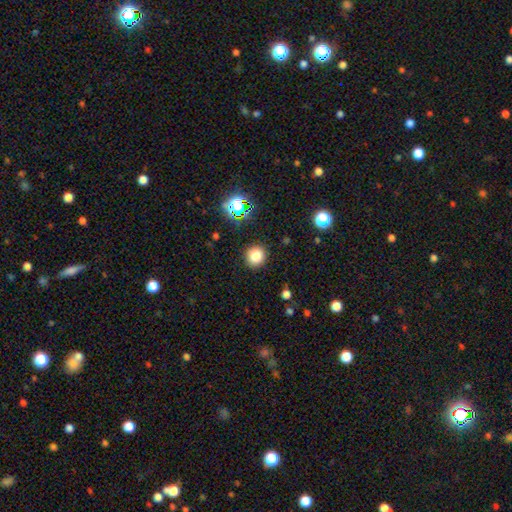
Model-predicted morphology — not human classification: smooth 80%, star or artifact 15%, featured or disk 5%. Down the decision tree: how rounded — round (89%); merging — none (90%).